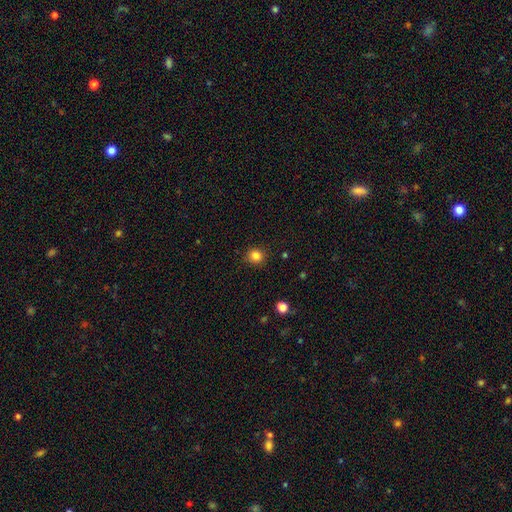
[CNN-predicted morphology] A smooth galaxy with no disk features (83%) that is round (88%).

Vote fractions:
- Smooth or featured? smooth: 83% / star or artifact: 12% / featured or disk: 4%
- How rounded? round: 88% / in between: 11% / cigar-shaped: 1%
- Merging? none: 89% / minor disturbance: 8% / major disturbance: 2% / merger: 1%